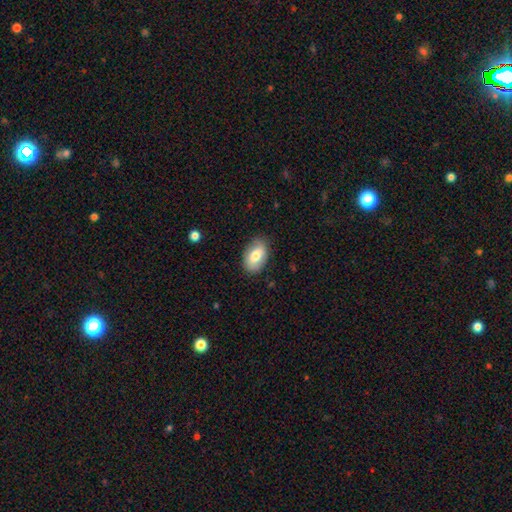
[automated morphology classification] smooth_or_featured: smooth (p=0.71) [alt: featured or disk p=0.22]
how_rounded: in between (p=0.91) [alt: round p=0.08]
merging: none (p=0.84) [alt: minor disturbance p=0.13]